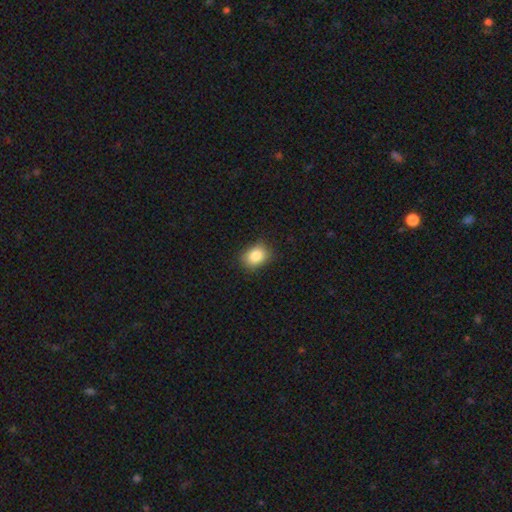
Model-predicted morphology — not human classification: The model was most divided on "how rounded": in between: 63%, round: 36%, cigar-shaped: 1%. More confident: smooth or featured — smooth (85%); merging — none (81%).